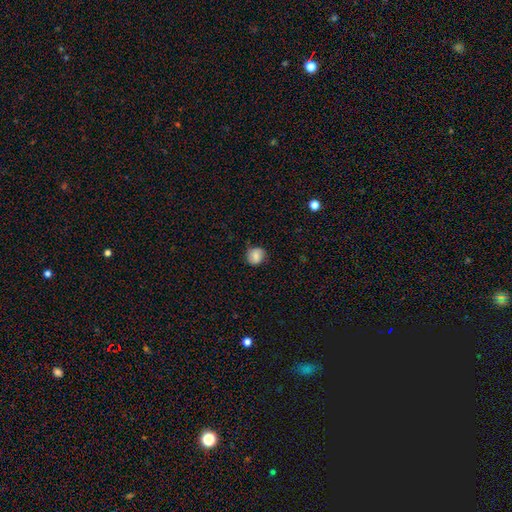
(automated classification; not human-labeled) Overall: smooth (76%). How rounded: round (82%). Merging: none (79%).